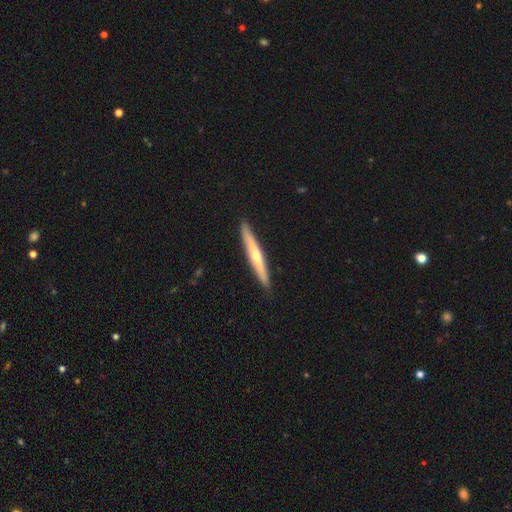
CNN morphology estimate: Smooth or featured? Predicted: featured or disk (p=0.61). Edge-on disk? Predicted: yes (p=0.95). Edge-on bulge? Predicted: rounded (p=0.79). Merging? Predicted: none (p=0.91).